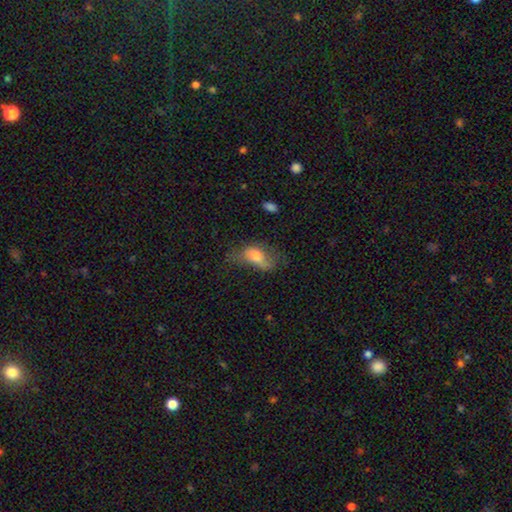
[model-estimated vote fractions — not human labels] smooth-or-featured: smooth: 64% | featured or disk: 26% | star or artifact: 9%
  how-rounded: in between: 84% | round: 11% | cigar-shaped: 5%
  merging: major disturbance: 35% | none: 32% | minor disturbance: 29% | merger: 4%